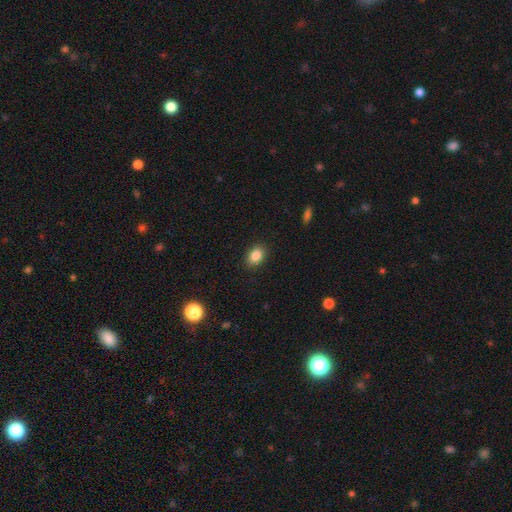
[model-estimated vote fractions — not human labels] smooth-or-featured: smooth: 86% | star or artifact: 9% | featured or disk: 5%
  how-rounded: in between: 78% | round: 21% | cigar-shaped: 1%
  merging: none: 88% | minor disturbance: 9% | major disturbance: 2% | merger: 1%